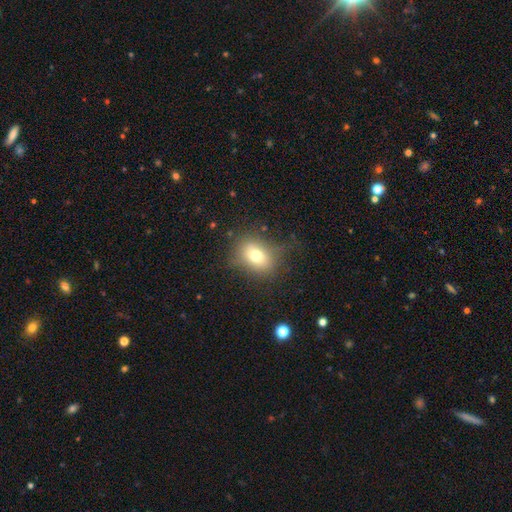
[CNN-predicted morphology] Smooth or featured?
  - smooth: 71% *
  - featured or disk: 16%
  - star or artifact: 13%
How rounded?
  - in between: 58% *
  - round: 41%
  - cigar-shaped: 2%
Merging?
  - none: 67% *
  - minor disturbance: 21%
  - major disturbance: 11%
  - merger: 2%